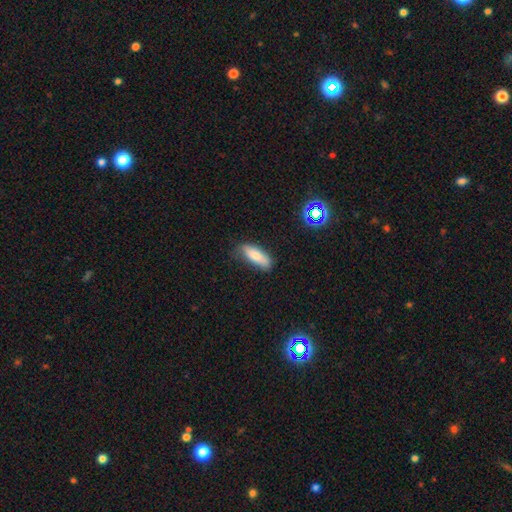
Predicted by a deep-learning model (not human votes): Smooth or featured?
  - smooth: 79% *
  - featured or disk: 13%
  - star or artifact: 8%
How rounded?
  - in between: 61% *
  - cigar-shaped: 37%
  - round: 2%
Merging?
  - none: 68% *
  - minor disturbance: 25%
  - major disturbance: 5%
  - merger: 2%